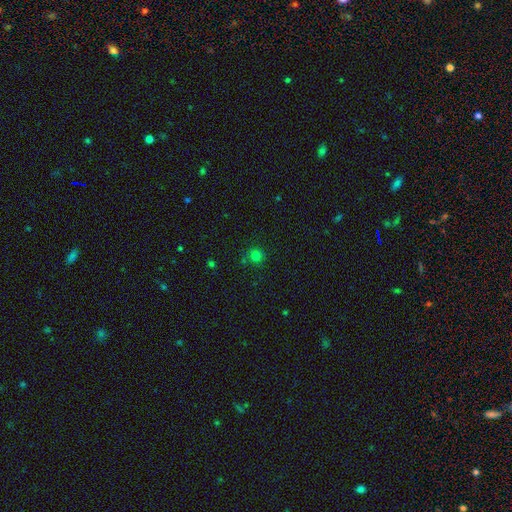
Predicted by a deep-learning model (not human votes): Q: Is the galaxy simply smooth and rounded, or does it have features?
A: smooth — 76%.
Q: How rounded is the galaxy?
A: round — 92%.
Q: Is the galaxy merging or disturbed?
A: none — 80%.